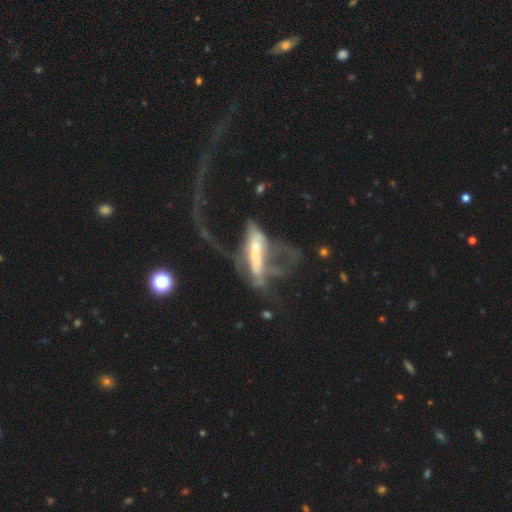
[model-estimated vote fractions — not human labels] Morphology: type=featured or disk (66%); edge-on=no (74%); merging=major disturbance (62%).